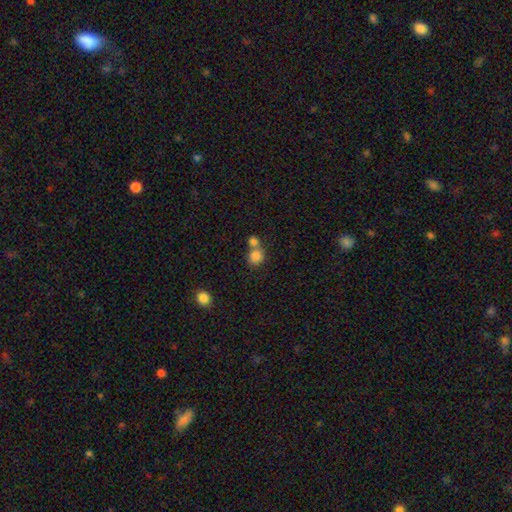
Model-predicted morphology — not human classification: Overall: smooth (82%). How rounded: round (82%). Merging: merger (50%; none 41%).